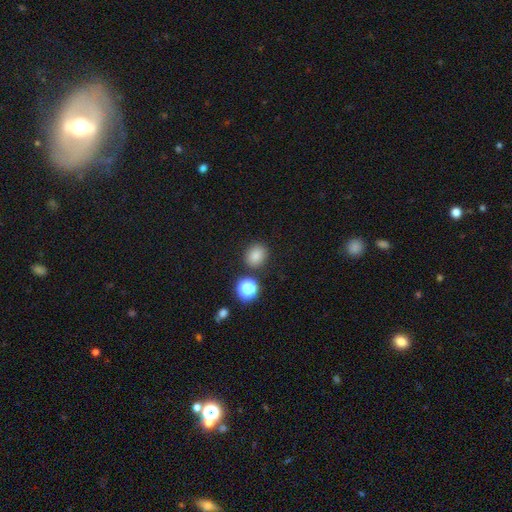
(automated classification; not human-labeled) Q: Smooth or featured?
A: smooth (81%); runner-up: star or artifact (14%)
Q: How rounded?
A: round (69%); runner-up: in between (30%)
Q: Merging?
A: none (82%); runner-up: minor disturbance (9%)